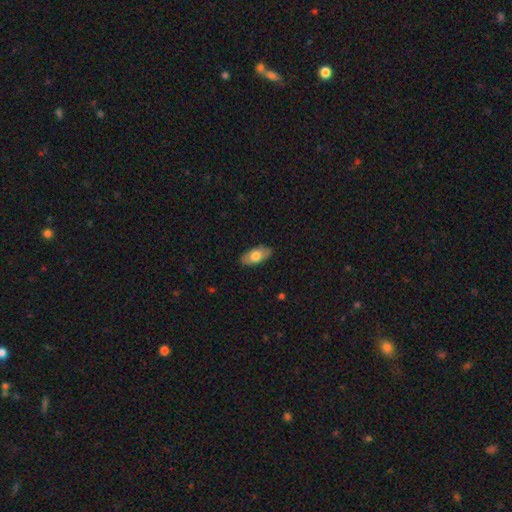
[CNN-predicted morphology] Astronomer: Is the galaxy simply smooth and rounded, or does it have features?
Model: smooth — 72%.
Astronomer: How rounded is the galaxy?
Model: in between — 91%.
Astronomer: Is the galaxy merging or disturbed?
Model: none — 87%.